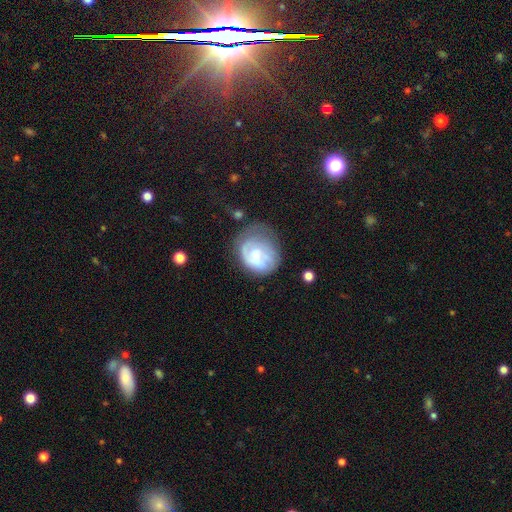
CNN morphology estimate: This appears to be a featured or disk galaxy (54%) with no bar (66%), spiral arms (70%) and a small central bulge (55%). Merging: none (40%).